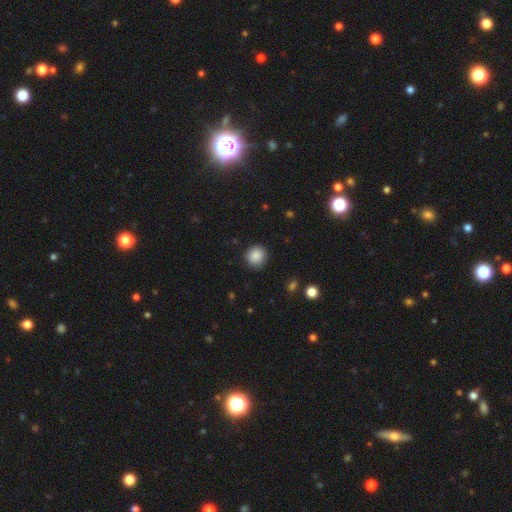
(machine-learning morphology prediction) The model was most divided on "merging": none: 86%, minor disturbance: 10%, major disturbance: 3%, merger: 1%. More confident: how rounded — round (89%); smooth or featured — smooth (87%).